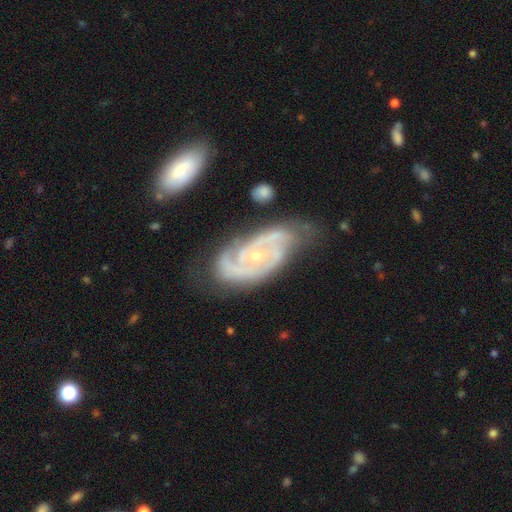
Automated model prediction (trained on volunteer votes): This is clearly a featured or disk galaxy (90%). It is clearly not viewed edge-on (96%). Bar: likely no (66%). Spiral arm pattern: clearly yes (97%). Spiral arm count: possibly 2 (59%). Spiral winding: likely tight (63%). Central bulge: likely small (65%). Merging: possibly none (58%).